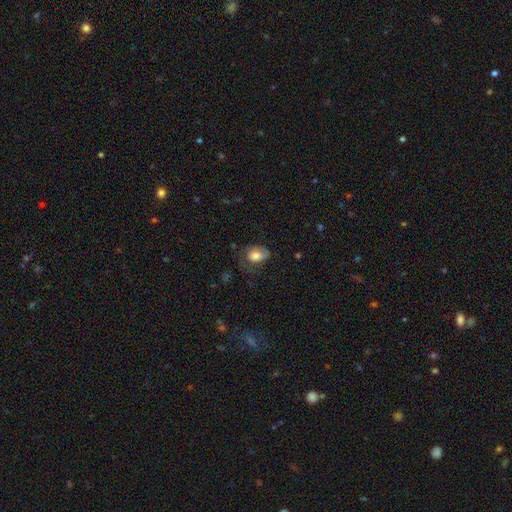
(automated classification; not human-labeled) Q: Smooth or featured?
A: smooth (71%); runner-up: featured or disk (21%)
Q: How rounded?
A: in between (68%); runner-up: round (31%)
Q: Merging?
A: none (44%); runner-up: minor disturbance (30%)